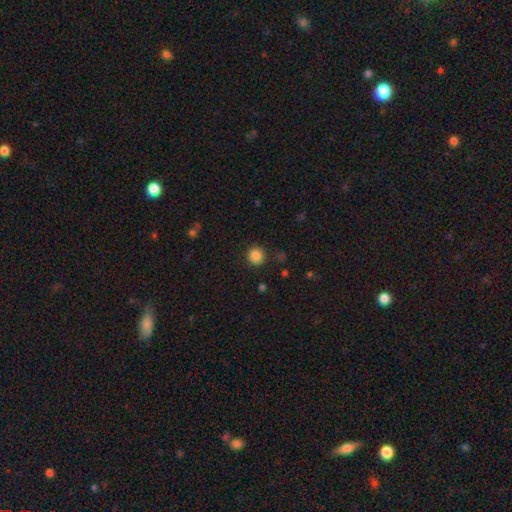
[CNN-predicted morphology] type=smooth (86%); roundness=round (93%); merging=none (89%).